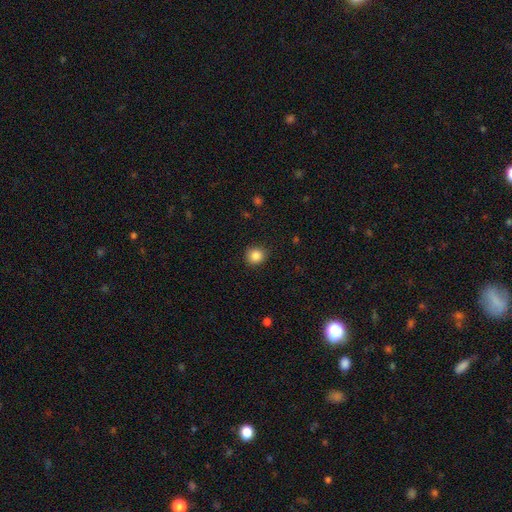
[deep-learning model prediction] Smooth or featured?
  - smooth: 86% *
  - star or artifact: 10%
  - featured or disk: 4%
How rounded?
  - round: 88% *
  - in between: 11%
  - cigar-shaped: 1%
Merging?
  - none: 88% *
  - minor disturbance: 9%
  - major disturbance: 2%
  - merger: 1%